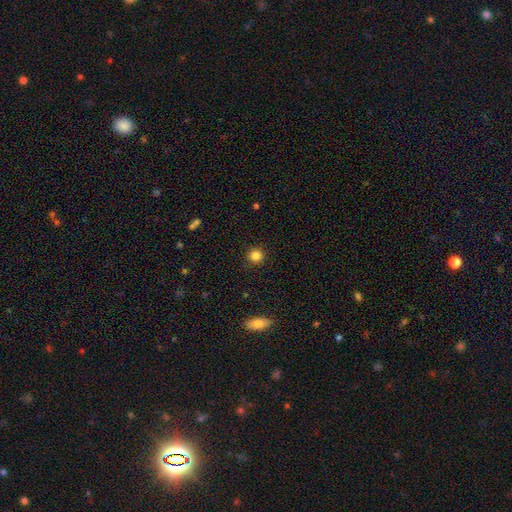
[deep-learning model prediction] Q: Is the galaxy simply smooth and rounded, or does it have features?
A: smooth — 85%.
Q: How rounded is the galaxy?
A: round — 93%.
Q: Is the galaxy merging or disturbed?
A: none — 92%.